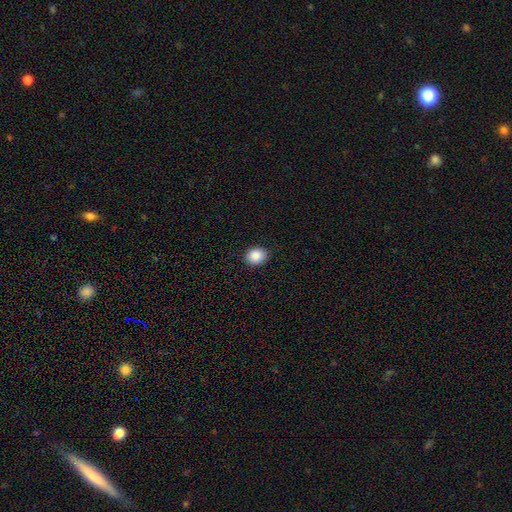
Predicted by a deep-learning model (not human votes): smooth-or-featured: smooth: 88% | star or artifact: 8% | featured or disk: 4%
  how-rounded: round: 60% | in between: 39% | cigar-shaped: 1%
  merging: none: 89% | minor disturbance: 8% | major disturbance: 2% | merger: 1%